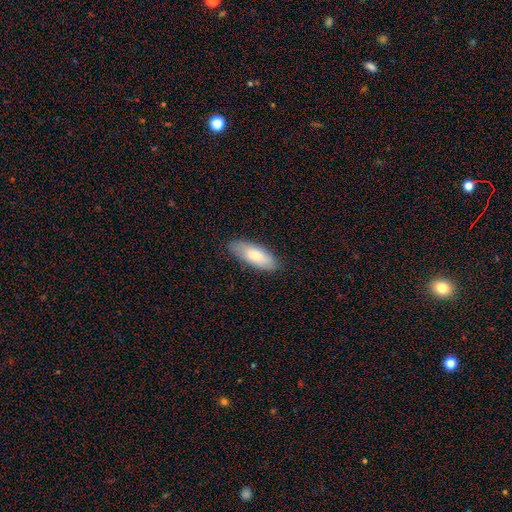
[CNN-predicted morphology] Smooth or featured? smooth (78%)
How rounded? in between (74%)
Merging? none (83%)